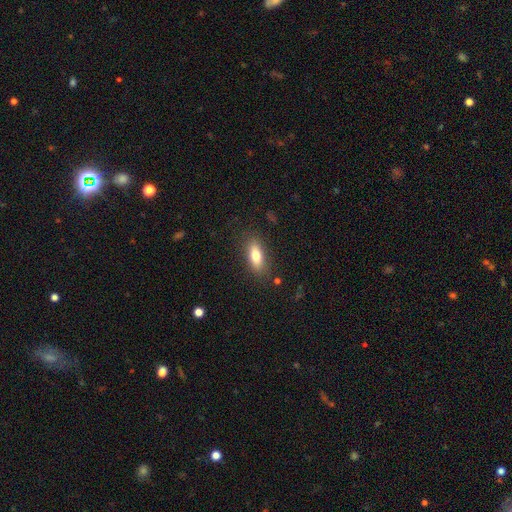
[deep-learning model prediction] This is likely a smooth galaxy (76%). How rounded: likely in between (73%). Merging: clearly none (84%).